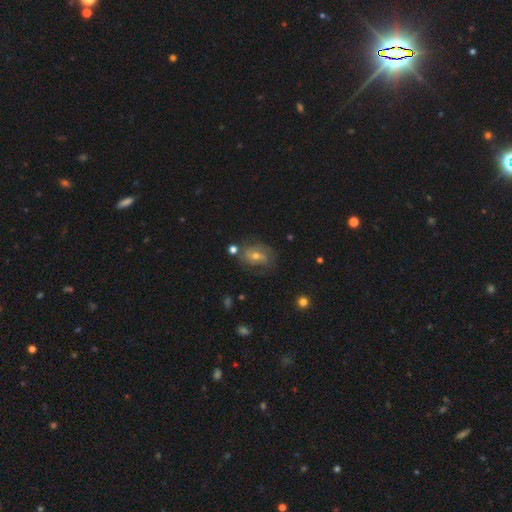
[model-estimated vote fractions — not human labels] smooth_or_featured: featured or disk (p=0.63) [alt: smooth p=0.27]
disk_edge_on: no (p=0.95) [alt: yes p=0.05]
bar: no (p=0.47) [alt: weak p=0.40]
has_spiral_arms: yes (p=0.81) [alt: no p=0.19]
bulge_size: moderate (p=0.57) [alt: small p=0.38]
merging: none (p=0.65) [alt: minor disturbance p=0.20]